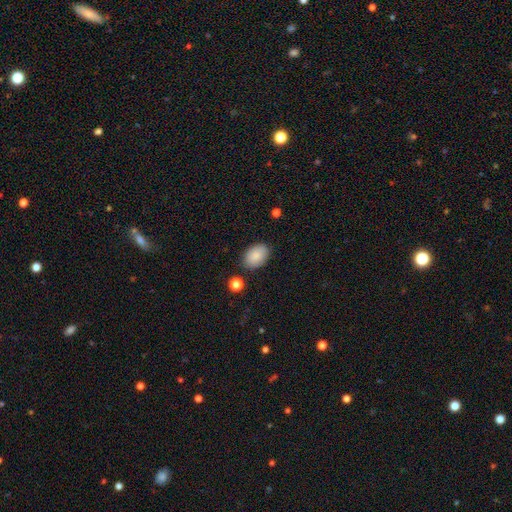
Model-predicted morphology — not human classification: Smooth or featured?
  - smooth: 87% *
  - star or artifact: 7%
  - featured or disk: 6%
How rounded?
  - in between: 88% *
  - round: 11%
  - cigar-shaped: 1%
Merging?
  - none: 84% *
  - minor disturbance: 11%
  - major disturbance: 3%
  - merger: 2%